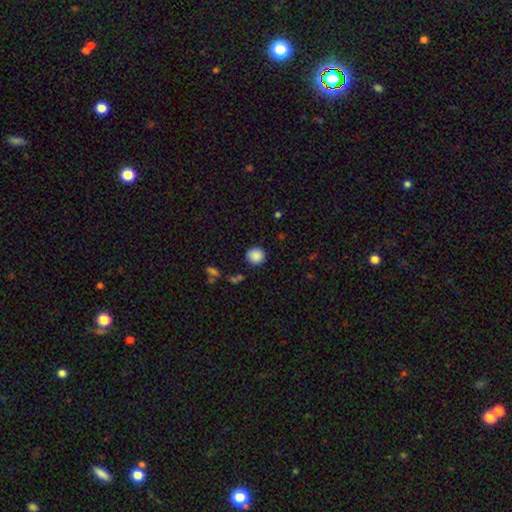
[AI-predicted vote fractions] This appears to be a smooth galaxy with no disk features (88%) that is round (91%). Merging: none (89%).